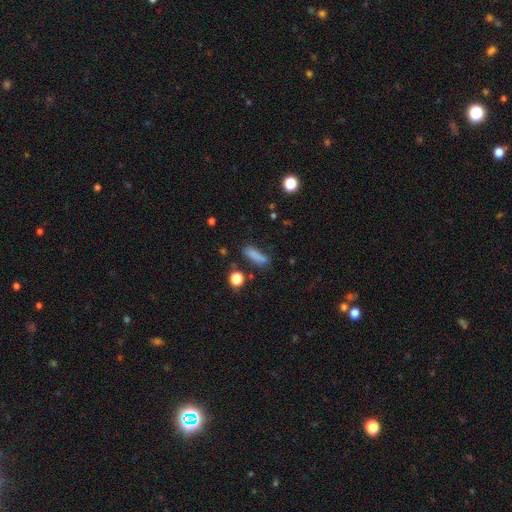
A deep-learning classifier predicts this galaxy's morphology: This appears to be a smooth galaxy with no disk features (80%) that is cigar-shaped (51%). Merging: none (66%).